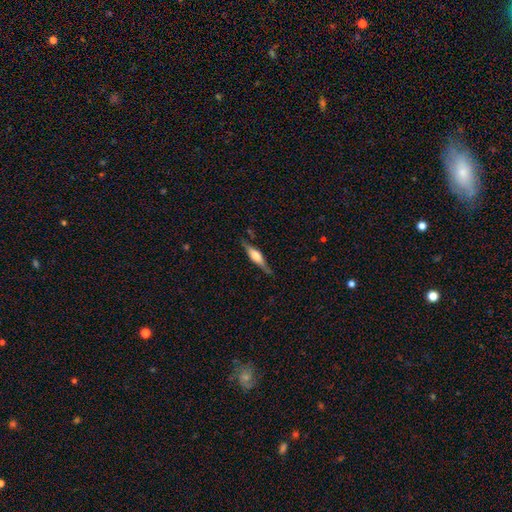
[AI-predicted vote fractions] Smooth or featured?
  - featured or disk: 60% *
  - smooth: 34%
  - star or artifact: 6%
Edge-on disk?
  - yes: 95% *
  - no: 5%
Edge-on bulge?
  - rounded: 71% *
  - boxy: 24%
  - none: 4%
Merging?
  - none: 80% *
  - minor disturbance: 15%
  - major disturbance: 4%
  - merger: 2%